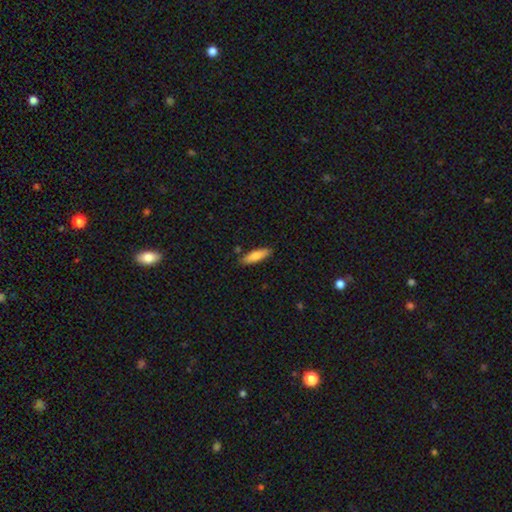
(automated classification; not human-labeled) Overall: smooth (80%). How rounded: cigar-shaped (60%; in between 38%). Merging: none (83%).